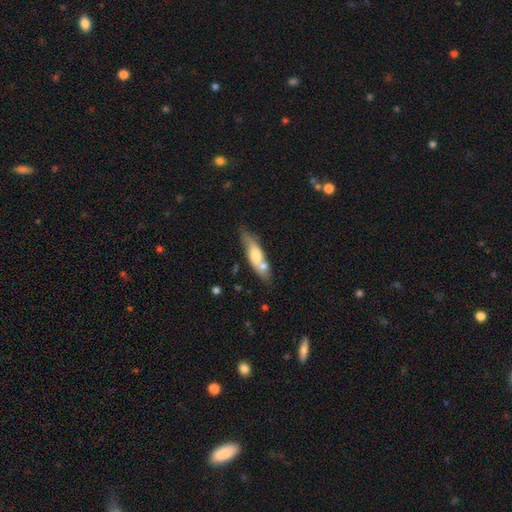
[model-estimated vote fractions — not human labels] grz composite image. It shows a smooth galaxy with no disk features (56%) that is cigar-shaped (64%). Merging: none (61%).